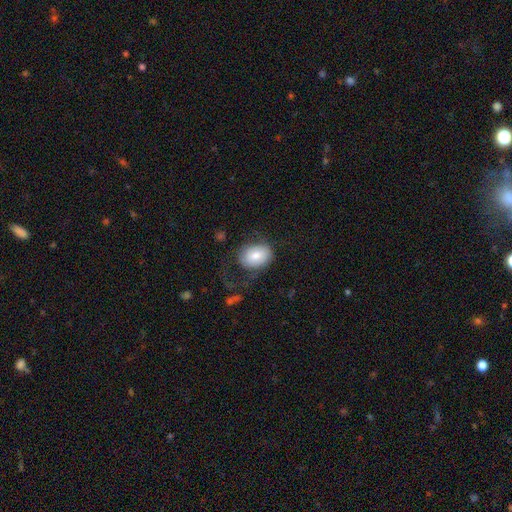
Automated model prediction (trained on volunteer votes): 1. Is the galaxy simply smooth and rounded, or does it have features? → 73% smooth, 20% featured or disk, 7% star or artifact.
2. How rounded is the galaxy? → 69% in between, 30% round, 1% cigar-shaped.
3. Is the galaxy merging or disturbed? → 53% none, 26% major disturbance, 19% minor disturbance, 2% merger.